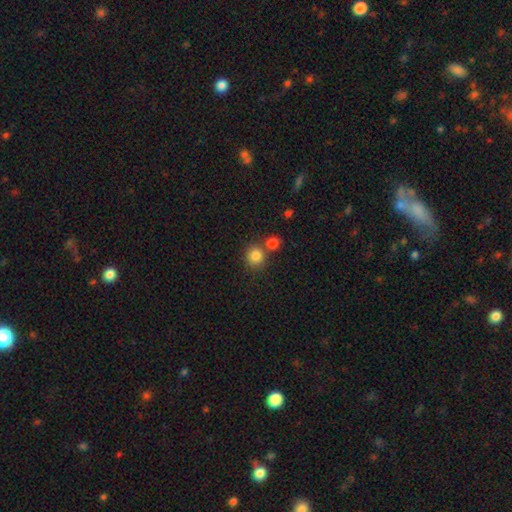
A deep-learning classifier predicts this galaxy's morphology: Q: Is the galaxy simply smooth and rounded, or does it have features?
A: smooth — 83%.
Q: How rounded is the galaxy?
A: round — 88%.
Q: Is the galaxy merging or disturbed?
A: none — 65%.